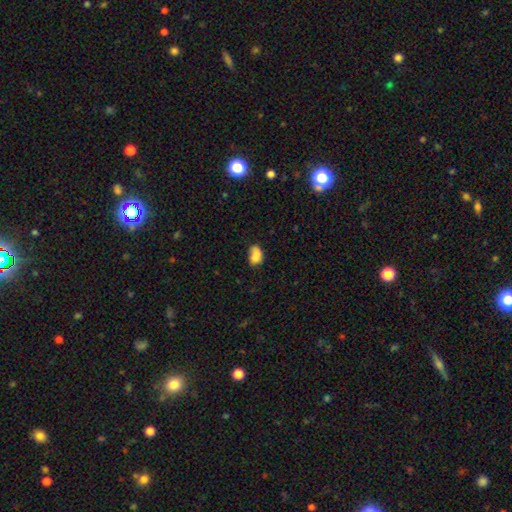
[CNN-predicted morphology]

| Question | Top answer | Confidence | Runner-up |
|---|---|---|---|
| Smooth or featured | smooth | 79% | featured or disk (12%) |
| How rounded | in between | 83% | round (15%) |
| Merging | none | 48% | minor disturbance (29%) |